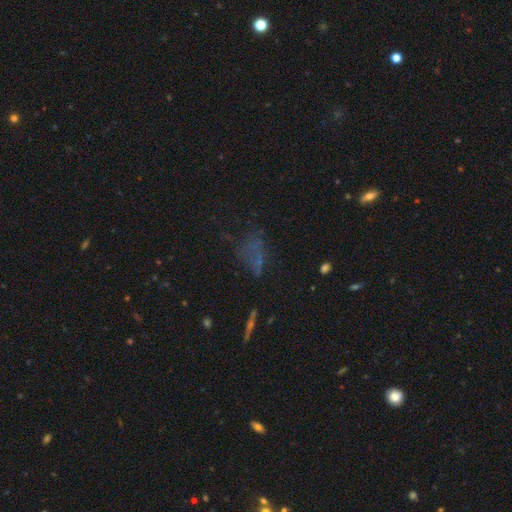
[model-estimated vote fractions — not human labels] A smooth galaxy with no disk features (40%).

Vote fractions:
- Smooth or featured? smooth: 40% / star or artifact: 33% / featured or disk: 27%
- Merging? none: 47% / major disturbance: 27% / minor disturbance: 20% / merger: 6%